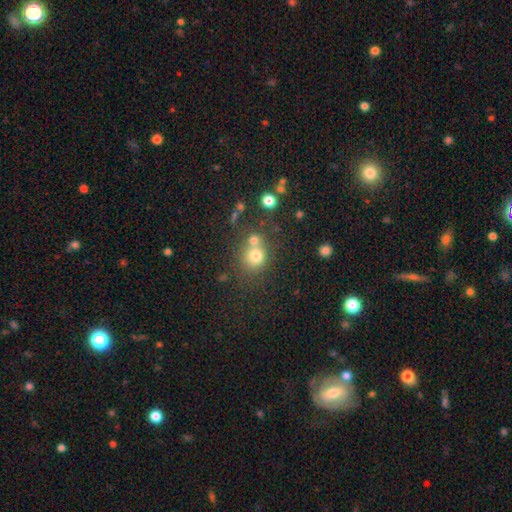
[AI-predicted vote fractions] A smooth galaxy with no disk features (74%) that is round (83%).

Vote fractions:
- Smooth or featured? smooth: 74% / star or artifact: 15% / featured or disk: 11%
- How rounded? round: 83% / in between: 16% / cigar-shaped: 1%
- Merging? none: 51% / merger: 35% / minor disturbance: 9% / major disturbance: 4%